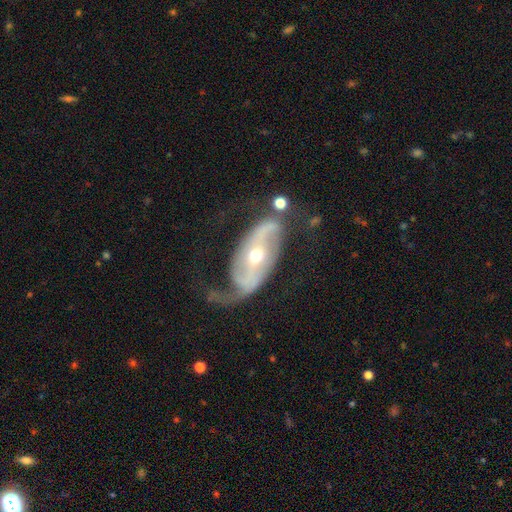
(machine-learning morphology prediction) featured or disk 85%, smooth 10%, star or artifact 5%. Down the decision tree: edge-on disk — no (94%); bar — no (35%, tied with strong); spiral arms — yes (92%); spiral arm count — 2 (84%); spiral winding — loose (52%); bulge size — moderate (58%); merging — none (53%).